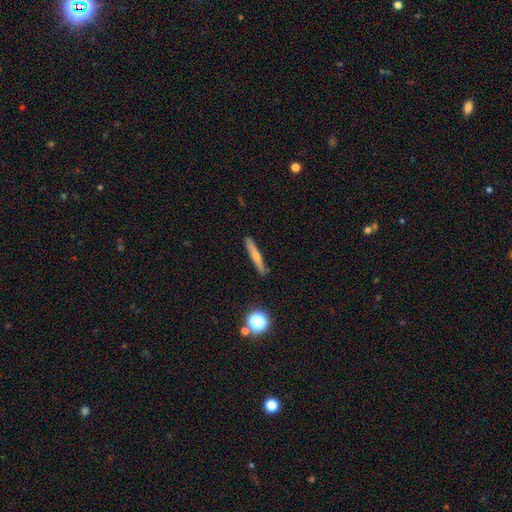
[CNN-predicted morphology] Smooth or featured: smooth — 62% (featured or disk — 30%)
How rounded: cigar-shaped — 93% (in between — 5%)
Merging: none — 89% (minor disturbance — 8%)